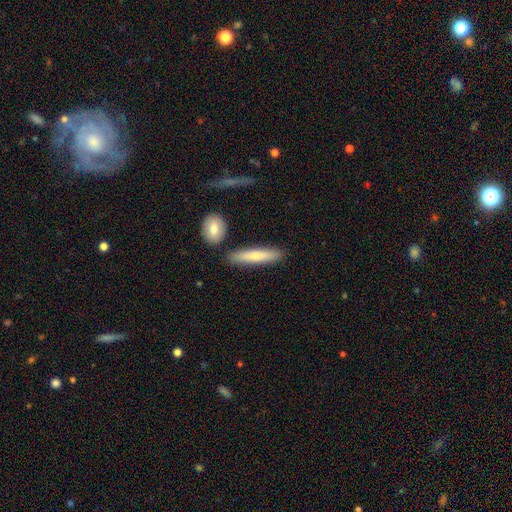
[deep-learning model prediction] This is likely a smooth galaxy (68%). How rounded: clearly cigar-shaped (83%). Merging: clearly none (83%).